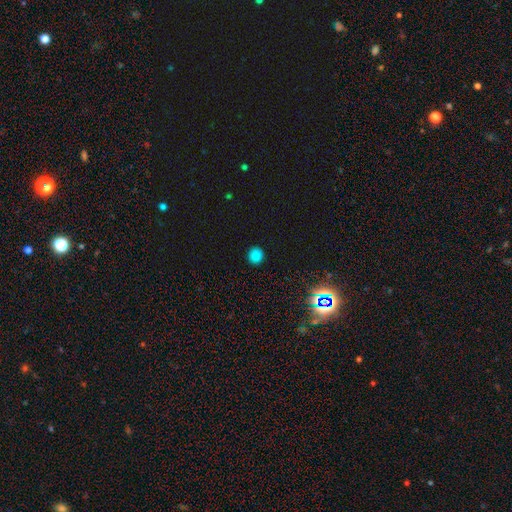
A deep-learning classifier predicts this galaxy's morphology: This appears to be a smooth galaxy with no disk features (81%) that is round (90%). Merging: none (91%).